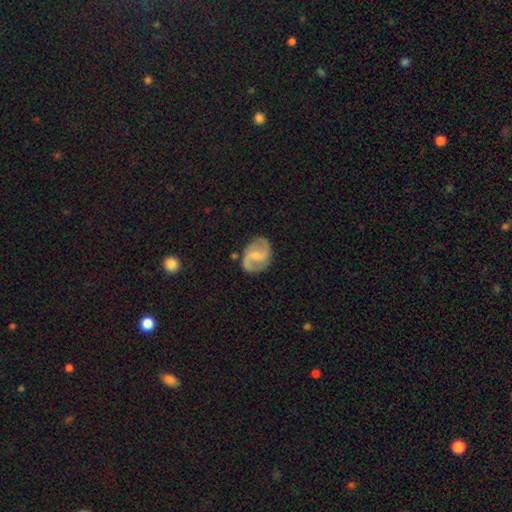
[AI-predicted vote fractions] Overall: featured or disk (79%). Edge-on disk: no (98%). Bar: weak (55%; no 23%). Spiral arms: yes (94%). Spiral arm count: 2 (91%). Spiral winding: medium (48%; loose 38%). Bulge size: small (43%; moderate 31%). Merging: none (79%).